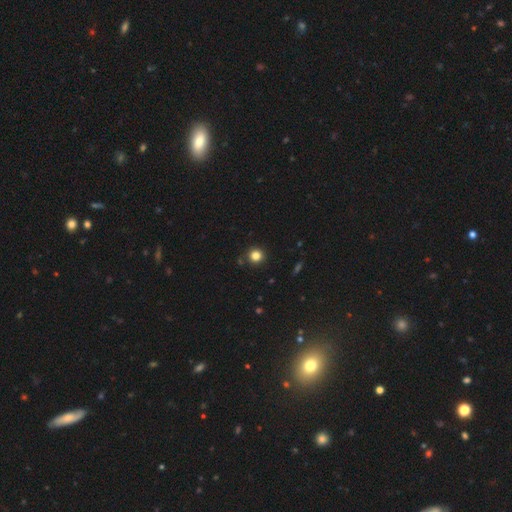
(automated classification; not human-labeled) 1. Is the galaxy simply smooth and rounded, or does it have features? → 82% smooth, 13% star or artifact, 5% featured or disk.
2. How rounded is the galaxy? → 93% round, 6% in between, 1% cigar-shaped.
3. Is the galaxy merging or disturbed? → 89% none, 7% minor disturbance, 3% merger, 2% major disturbance.